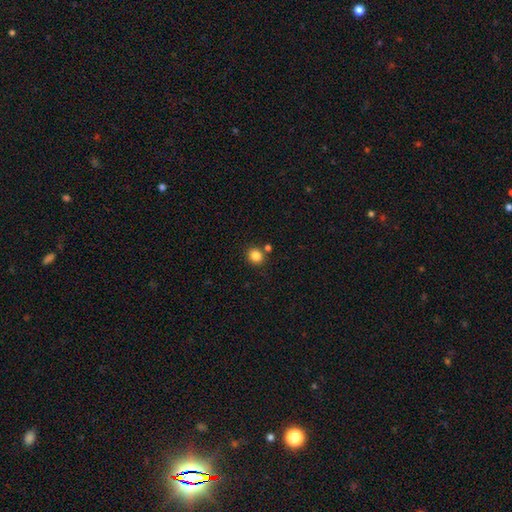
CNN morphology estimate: Smooth or featured: smooth — 84% (star or artifact — 11%)
How rounded: round — 76% (in between — 23%)
Merging: none — 79% (merger — 10%)